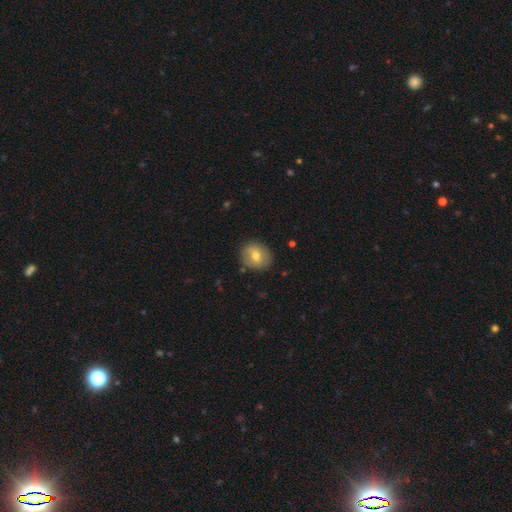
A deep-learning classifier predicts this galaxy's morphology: The model was most divided on "smooth or featured": smooth: 67%, featured or disk: 25%, star or artifact: 8%. More confident: merging — none (84%); how rounded — round (74%).